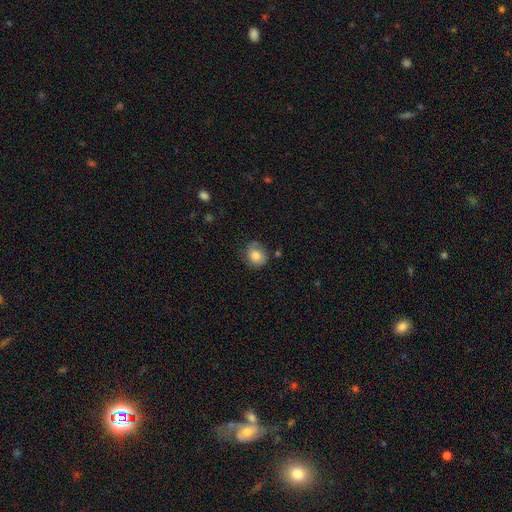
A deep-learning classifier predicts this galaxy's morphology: Smooth or featured: smooth — 80% (featured or disk — 12%)
How rounded: round — 69% (in between — 30%)
Merging: none — 67% (minor disturbance — 24%)